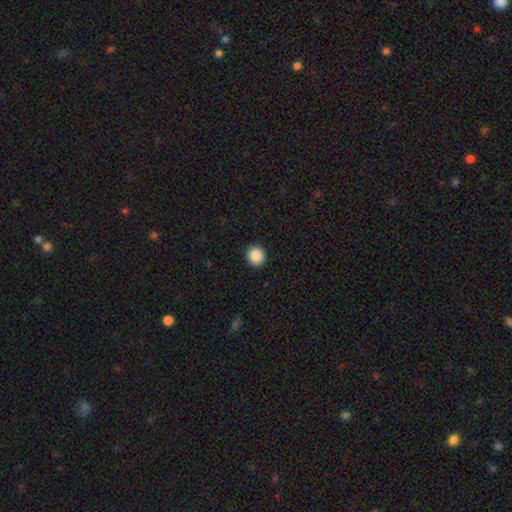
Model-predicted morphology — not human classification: Smooth or featured? smooth (88%)
How rounded? round (93%)
Merging? none (93%)